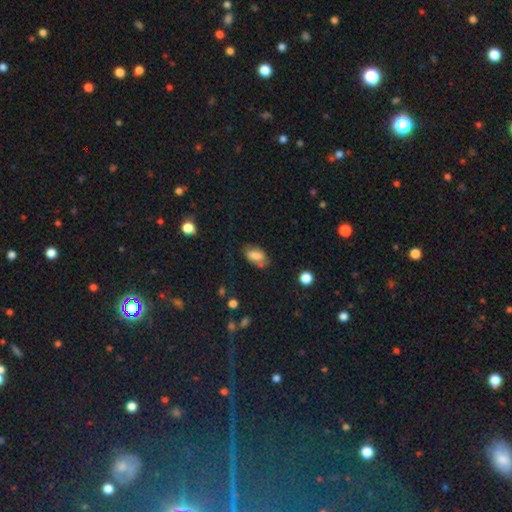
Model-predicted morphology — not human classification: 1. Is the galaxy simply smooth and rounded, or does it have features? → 66% smooth, 24% featured or disk, 10% star or artifact.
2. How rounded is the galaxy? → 90% in between, 6% round, 4% cigar-shaped.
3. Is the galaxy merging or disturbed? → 60% none, 25% minor disturbance, 10% major disturbance, 5% merger.